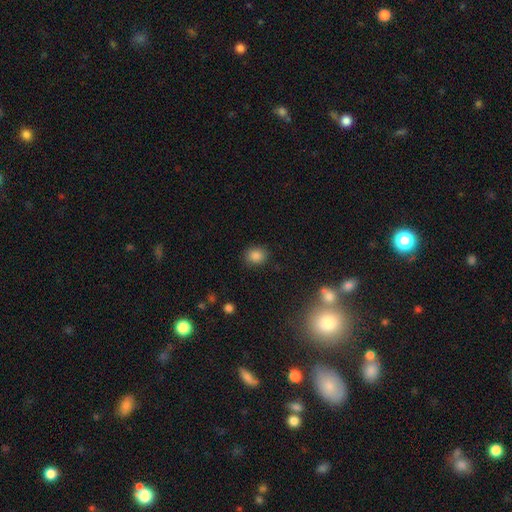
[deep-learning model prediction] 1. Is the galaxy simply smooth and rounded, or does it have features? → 84% smooth, 12% star or artifact, 4% featured or disk.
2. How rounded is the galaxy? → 67% round, 32% in between, 1% cigar-shaped.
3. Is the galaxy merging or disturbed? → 87% none, 9% minor disturbance, 3% major disturbance, 1% merger.